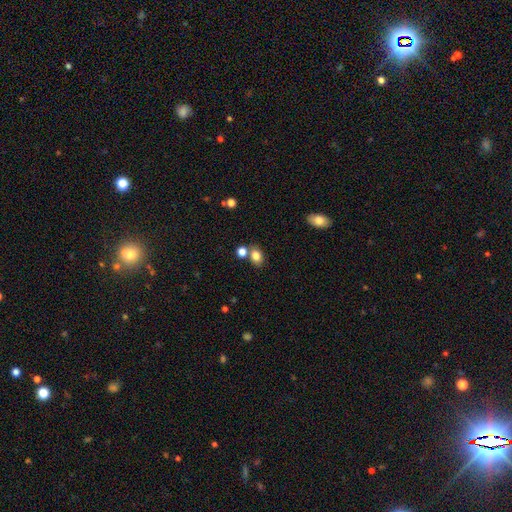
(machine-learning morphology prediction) smooth-or-featured: smooth: 81% | star or artifact: 11% | featured or disk: 7%
  how-rounded: in between: 55% | round: 44% | cigar-shaped: 1%
  merging: none: 62% | merger: 23% | minor disturbance: 12% | major disturbance: 4%